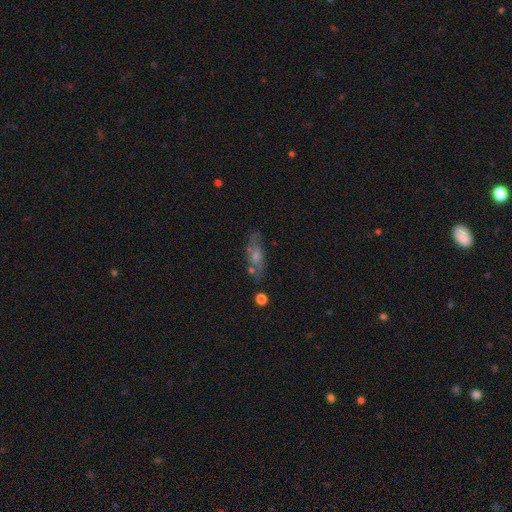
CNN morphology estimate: This is possibly a featured or disk galaxy (52%). It is likely not viewed edge-on (67%). Merging: likely none (70%).